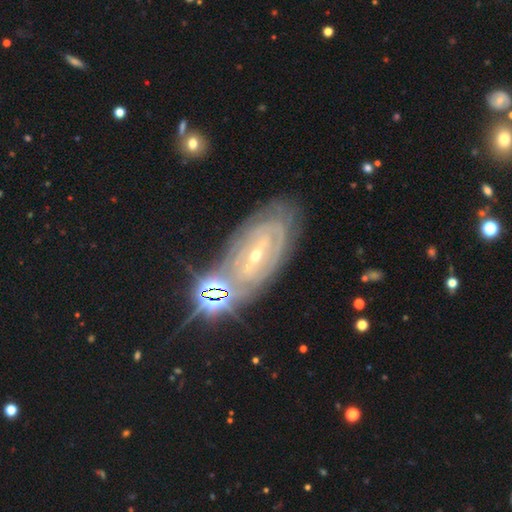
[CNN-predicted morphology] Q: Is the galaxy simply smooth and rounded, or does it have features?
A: featured or disk — 84%.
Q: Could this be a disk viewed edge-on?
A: no — 92%.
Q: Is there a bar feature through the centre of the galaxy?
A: strong — 45%.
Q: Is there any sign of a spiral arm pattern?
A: yes — 89%.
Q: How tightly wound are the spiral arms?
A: tight — 73%.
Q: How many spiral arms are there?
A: can't tell — 45%.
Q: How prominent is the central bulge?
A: small — 65%.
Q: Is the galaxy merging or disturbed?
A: none — 69%.